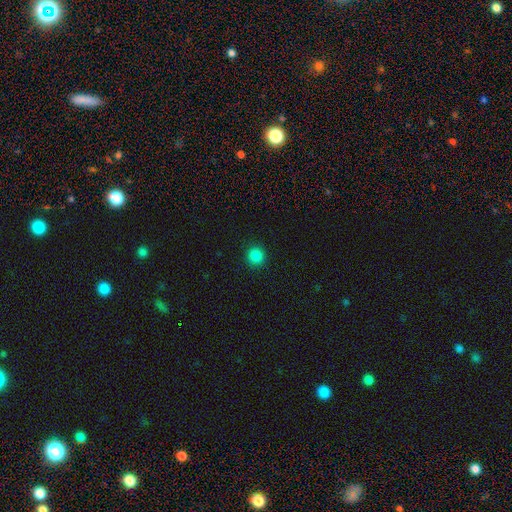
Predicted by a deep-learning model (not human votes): smooth-or-featured: smooth: 85% | star or artifact: 12% | featured or disk: 3%
  how-rounded: round: 94% | in between: 5% | cigar-shaped: 1%
  merging: none: 92% | minor disturbance: 5% | major disturbance: 2% | merger: 1%